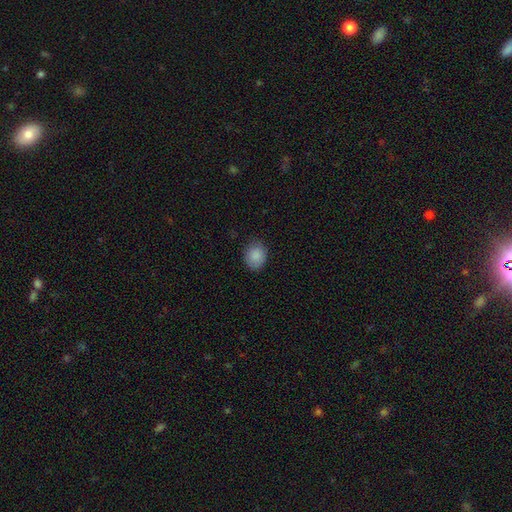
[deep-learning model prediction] smooth_or_featured: smooth (p=0.88) [alt: star or artifact p=0.08]
how_rounded: round (p=0.51) [alt: in between p=0.48]
merging: none (p=0.82) [alt: minor disturbance p=0.14]